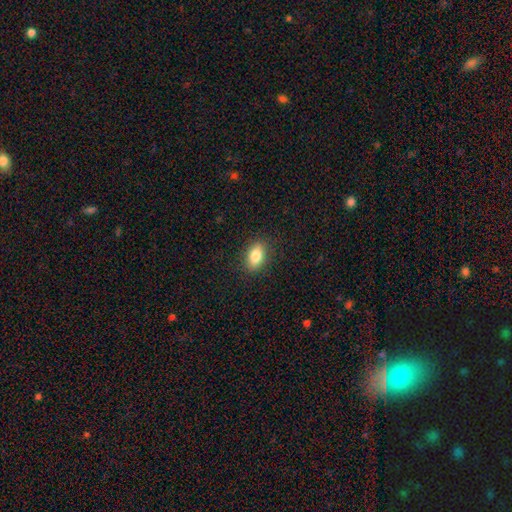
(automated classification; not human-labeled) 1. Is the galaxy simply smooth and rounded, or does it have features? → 82% smooth, 10% featured or disk, 8% star or artifact.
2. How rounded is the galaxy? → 86% in between, 9% round, 5% cigar-shaped.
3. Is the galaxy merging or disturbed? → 88% none, 9% minor disturbance, 2% major disturbance, 1% merger.